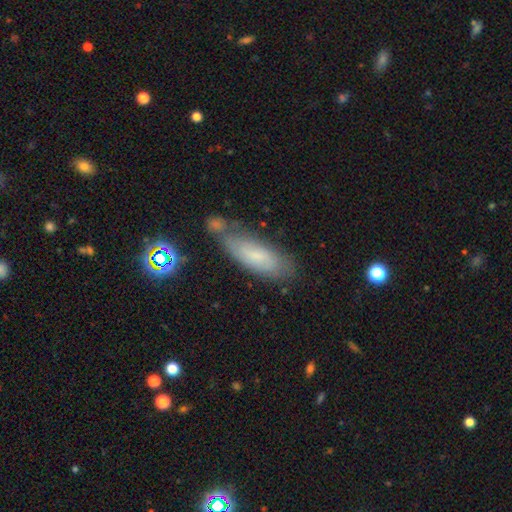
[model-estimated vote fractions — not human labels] This appears to be a smooth galaxy with no disk features (63%) that is in between round and cigar-shaped (61%). Merging: none (57%).